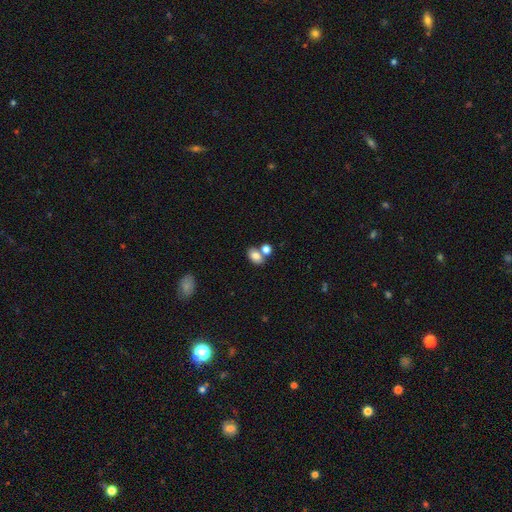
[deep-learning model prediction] Smooth or featured? Predicted: smooth (p=0.80). How rounded? Predicted: in between (p=0.78). Merging? Predicted: none (p=0.49).